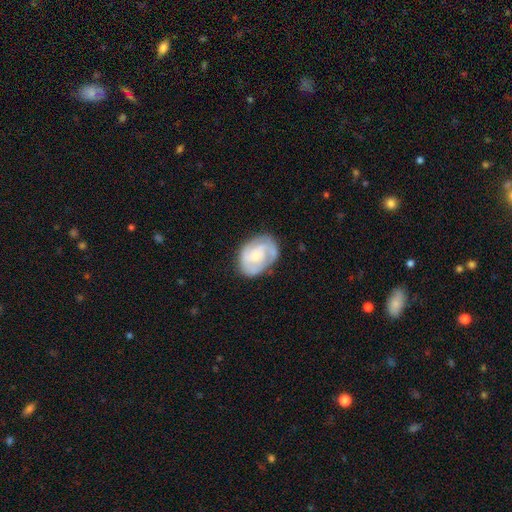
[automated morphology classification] featured or disk 65%, smooth 29%, star or artifact 6%. Down the decision tree: edge-on disk — no (97%); bar — no (70%); spiral arms — yes (77%); bulge size — small (58%); merging — none (66%).